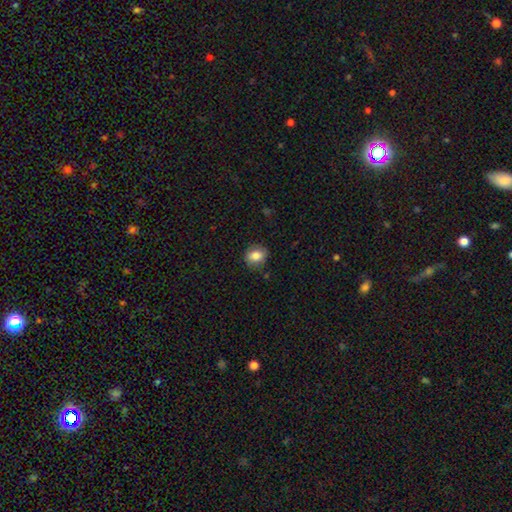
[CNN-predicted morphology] Overall: smooth (82%). How rounded: round (59%; in between 40%). Merging: none (83%).